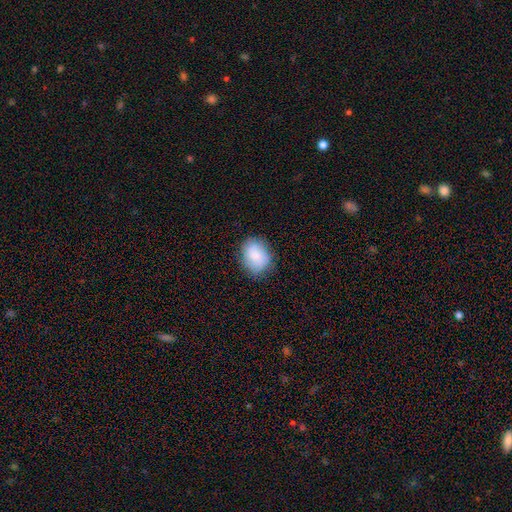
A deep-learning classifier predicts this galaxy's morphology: This is likely a smooth galaxy (77%). How rounded: possibly in between (56%). Merging: likely none (78%).